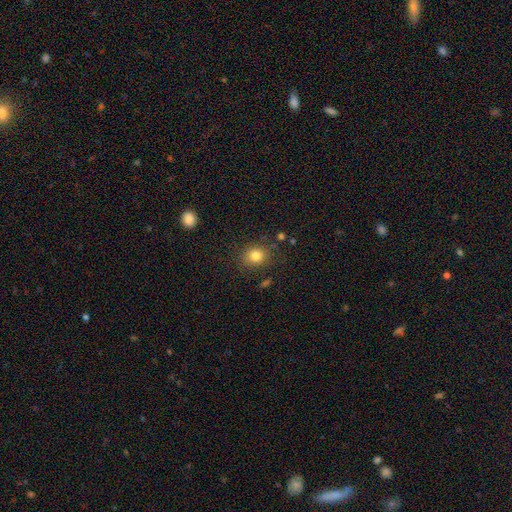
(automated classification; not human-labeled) Q: Smooth or featured?
A: smooth (81%); runner-up: star or artifact (12%)
Q: How rounded?
A: round (72%); runner-up: in between (27%)
Q: Merging?
A: none (82%); runner-up: minor disturbance (11%)